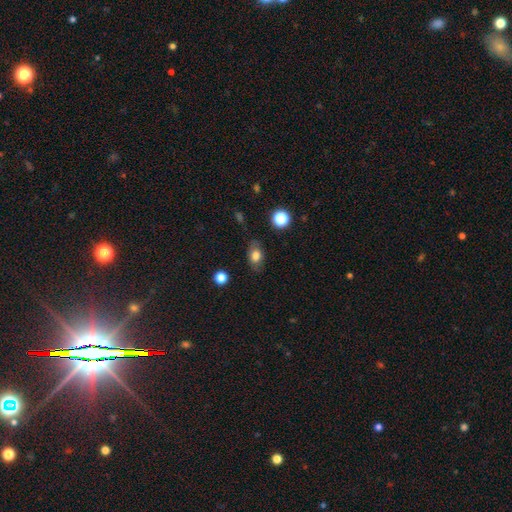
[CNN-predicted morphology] type=smooth (76%); roundness=in between (83%); merging=none (79%).